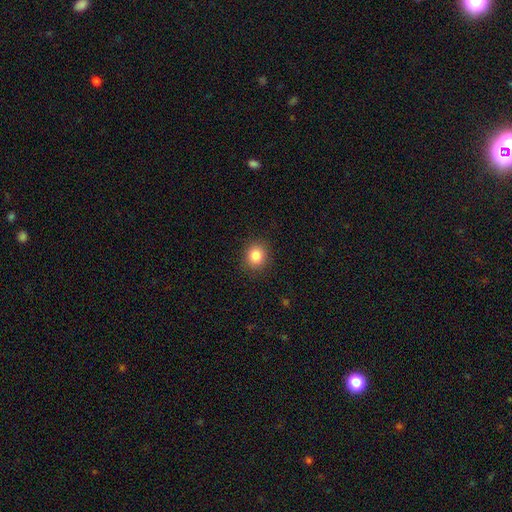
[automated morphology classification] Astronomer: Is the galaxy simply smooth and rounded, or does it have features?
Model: smooth — 85%.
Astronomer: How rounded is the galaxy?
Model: round — 81%.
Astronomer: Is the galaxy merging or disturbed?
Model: none — 89%.